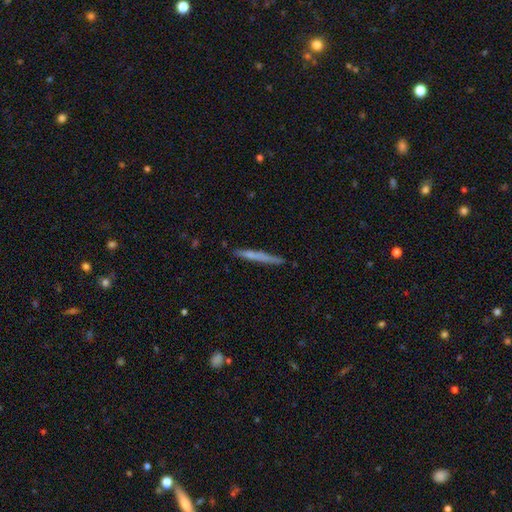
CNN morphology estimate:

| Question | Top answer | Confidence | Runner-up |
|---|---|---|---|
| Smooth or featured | smooth | 56% | featured or disk (37%) |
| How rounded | cigar-shaped | 96% | in between (2%) |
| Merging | none | 85% | minor disturbance (11%) |